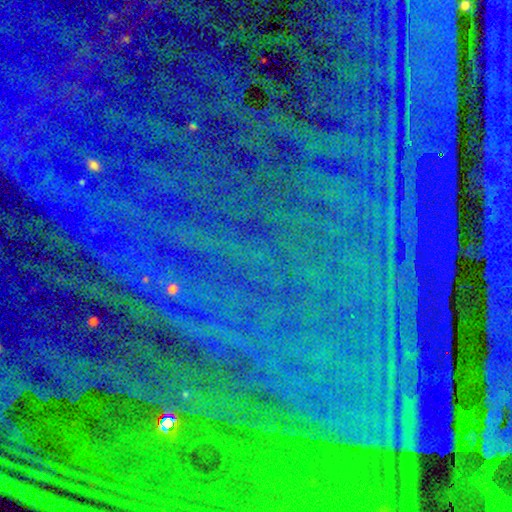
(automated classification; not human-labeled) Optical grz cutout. It shows a star or artifact, not a galaxy (88%).